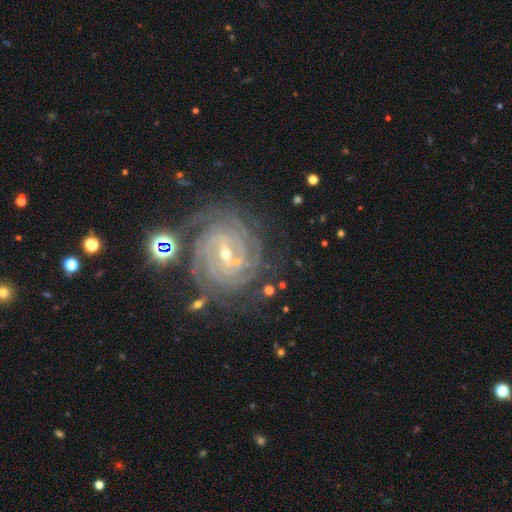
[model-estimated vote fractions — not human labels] This appears to be a featured or disk galaxy (80%) with a weak bar (45%), tight (73%) spiral arms (96%) and a small central bulge (68%). Merging: none (74%).